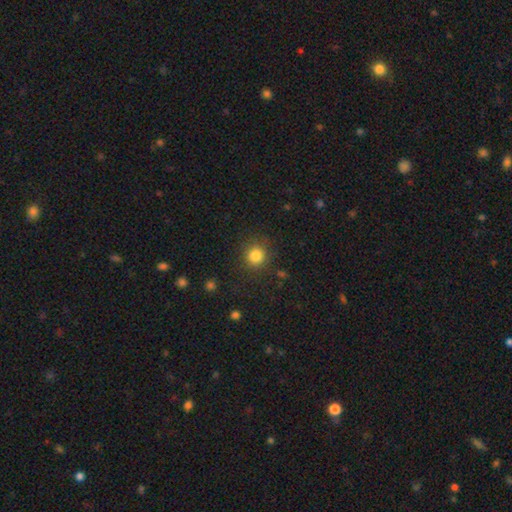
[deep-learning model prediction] A smooth galaxy with no disk features (83%) that is round (91%).

Vote fractions:
- Smooth or featured? smooth: 83% / star or artifact: 12% / featured or disk: 5%
- How rounded? round: 91% / in between: 8% / cigar-shaped: 1%
- Merging? none: 85% / minor disturbance: 9% / major disturbance: 4% / merger: 2%